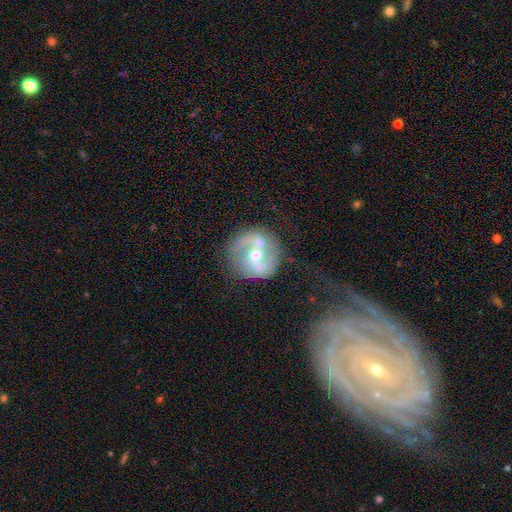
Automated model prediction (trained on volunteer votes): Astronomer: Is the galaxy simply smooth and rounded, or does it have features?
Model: featured or disk — 78%.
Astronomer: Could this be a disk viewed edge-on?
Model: no — 97%.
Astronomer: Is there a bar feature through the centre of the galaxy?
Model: weak — 40% (runner-up: no, 38%).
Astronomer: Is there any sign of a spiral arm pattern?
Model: yes — 84%.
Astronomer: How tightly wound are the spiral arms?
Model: medium — 47% (runner-up: loose, 32%).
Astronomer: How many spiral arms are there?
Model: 2 — 84%.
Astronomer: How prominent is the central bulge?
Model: moderate — 62%.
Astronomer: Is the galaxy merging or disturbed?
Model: none — 61%.